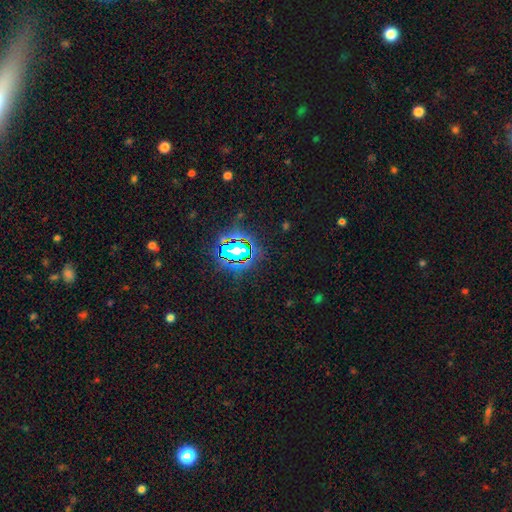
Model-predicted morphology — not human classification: Smooth or featured? Predicted: star or artifact (p=0.80).